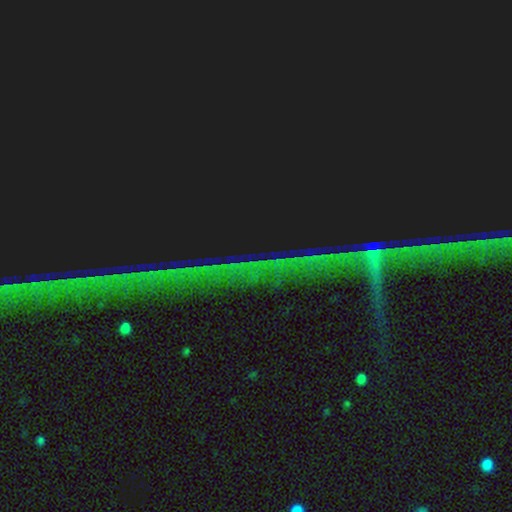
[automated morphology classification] type=star or artifact (82%).